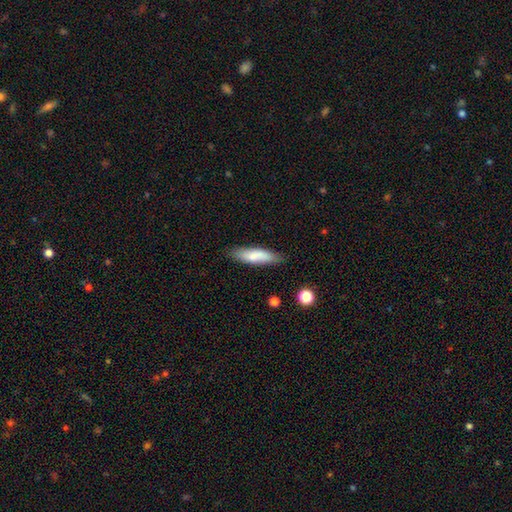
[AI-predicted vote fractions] Smooth or featured? Predicted: smooth (p=0.78). How rounded? Predicted: cigar-shaped (p=0.63). Merging? Predicted: none (p=0.82).